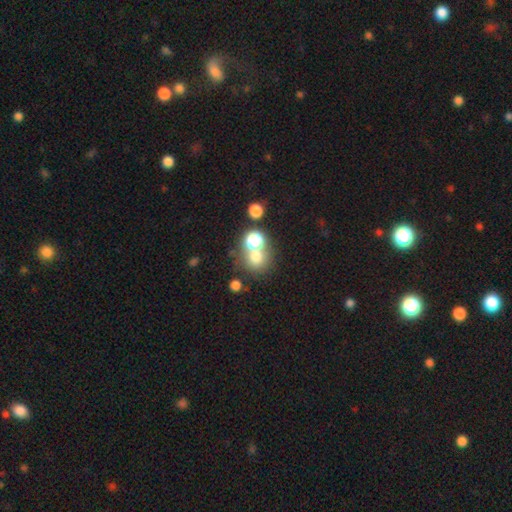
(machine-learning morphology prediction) This is likely a smooth galaxy (69%). How rounded: clearly round (84%). Merging: possibly none (53%).